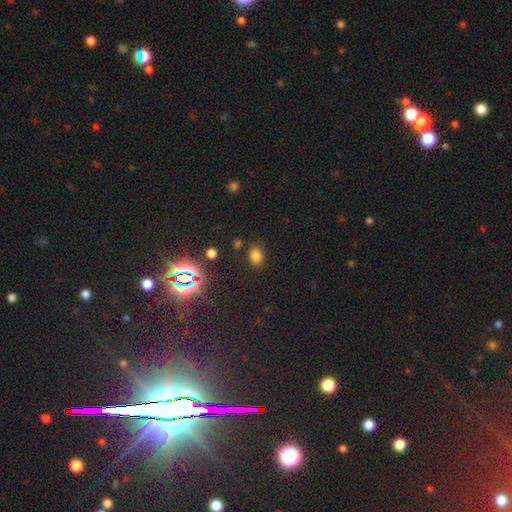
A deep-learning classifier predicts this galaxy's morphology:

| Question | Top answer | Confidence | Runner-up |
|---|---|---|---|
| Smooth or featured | smooth | 75% | star or artifact (19%) |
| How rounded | in between | 53% | round (46%) |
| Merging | none | 83% | minor disturbance (10%) |